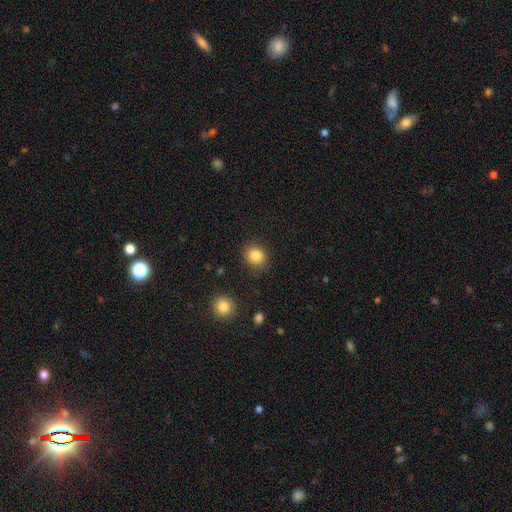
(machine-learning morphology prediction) Smooth or featured?
  - smooth: 84% *
  - star or artifact: 10%
  - featured or disk: 6%
How rounded?
  - round: 75% *
  - in between: 24%
  - cigar-shaped: 1%
Merging?
  - none: 87% *
  - minor disturbance: 8%
  - major disturbance: 3%
  - merger: 2%